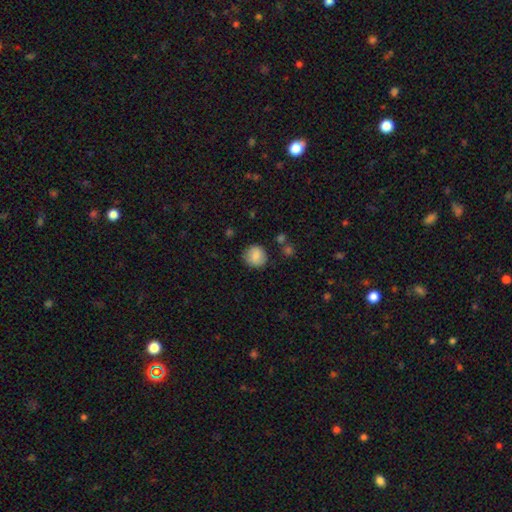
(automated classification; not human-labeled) Smooth or featured? smooth (85%)
How rounded? round (88%)
Merging? none (83%)